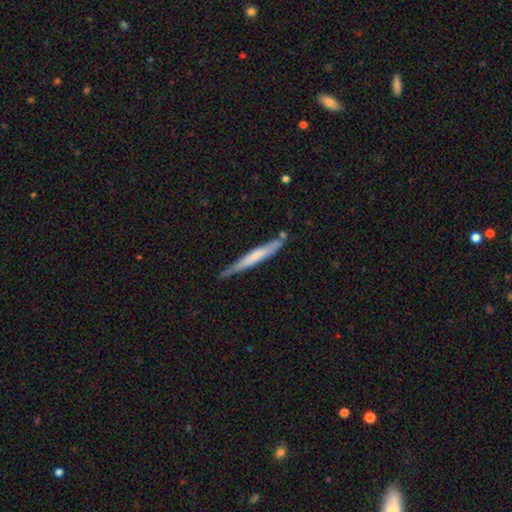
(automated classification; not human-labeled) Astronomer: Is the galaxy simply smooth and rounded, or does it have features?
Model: smooth — 51% (runner-up: featured or disk, 43%).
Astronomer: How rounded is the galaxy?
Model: cigar-shaped — 96%.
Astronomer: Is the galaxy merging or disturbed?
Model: none — 76%.